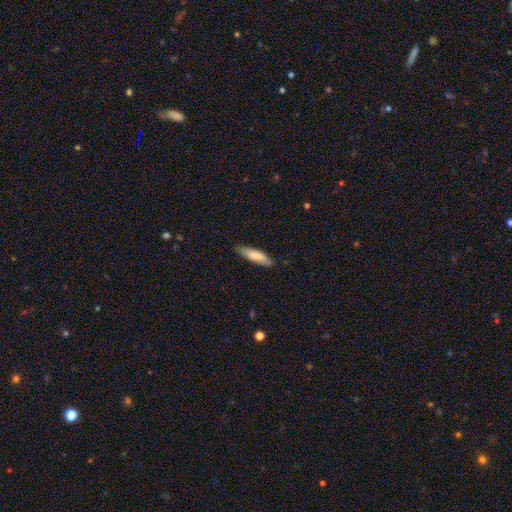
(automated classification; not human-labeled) smooth 77%, featured or disk 17%, star or artifact 5%. Down the decision tree: how rounded — cigar-shaped (69%); merging — none (81%).